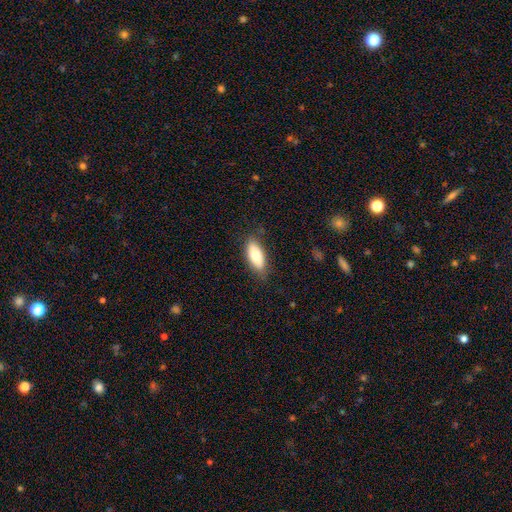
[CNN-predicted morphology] Smooth or featured: smooth — 79% (featured or disk — 15%)
How rounded: in between — 85% (cigar-shaped — 13%)
Merging: none — 80% (minor disturbance — 15%)